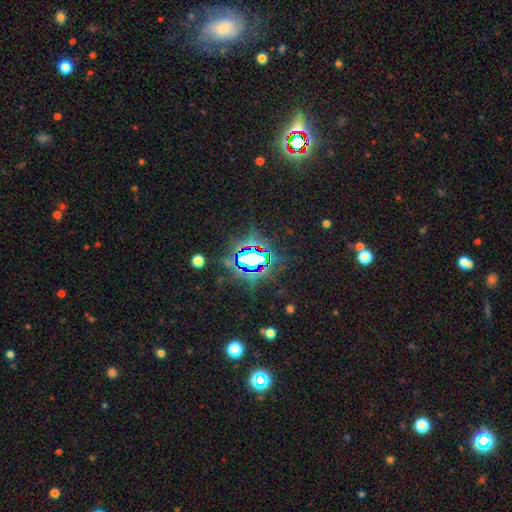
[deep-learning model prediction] Smooth or featured? star or artifact (77%)